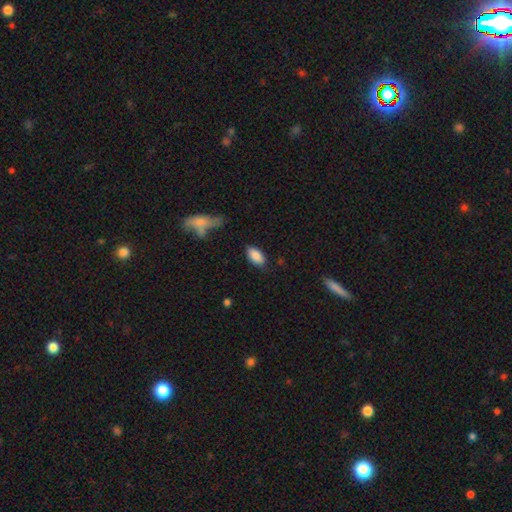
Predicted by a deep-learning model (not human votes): Morphology: type=smooth (87%); roundness=in between (93%); merging=none (81%).